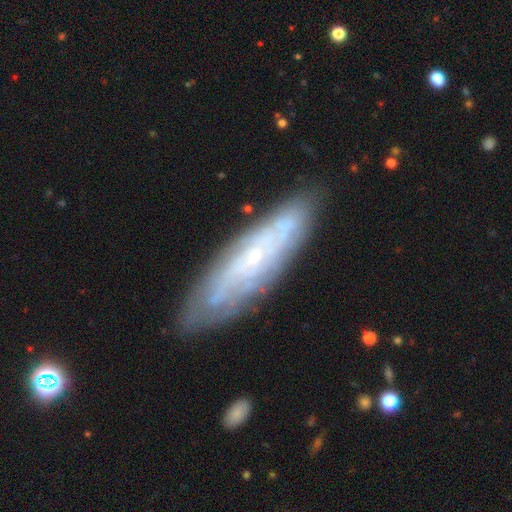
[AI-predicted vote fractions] Q: Smooth or featured?
A: featured or disk (73%); runner-up: smooth (20%)
Q: Edge-on disk?
A: no (74%); runner-up: yes (26%)
Q: Bar?
A: no (76%); runner-up: weak (19%)
Q: Spiral arms?
A: yes (81%); runner-up: no (19%)
Q: Bulge size?
A: small (82%); runner-up: moderate (14%)
Q: Merging?
A: none (81%); runner-up: minor disturbance (14%)